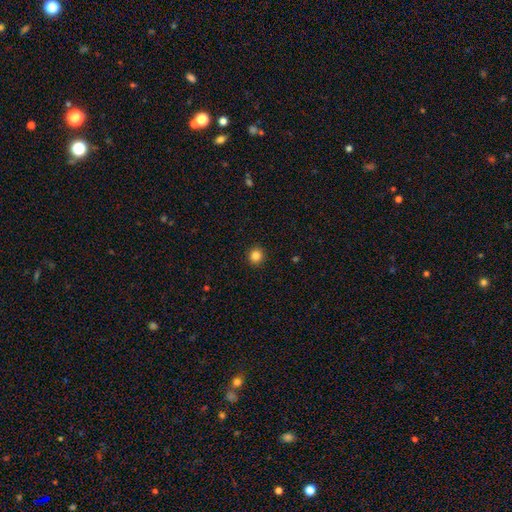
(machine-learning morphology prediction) Smooth or featured: smooth — 85% (star or artifact — 11%)
How rounded: round — 93% (in between — 6%)
Merging: none — 93% (minor disturbance — 5%)